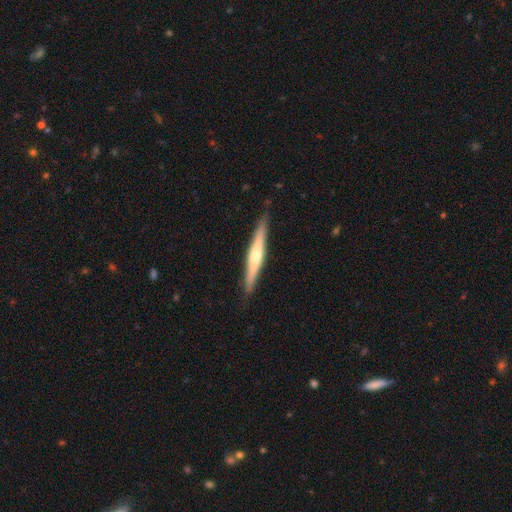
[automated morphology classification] smooth_or_featured: featured or disk (p=0.62) [alt: smooth p=0.33]
disk_edge_on: yes (p=0.97) [alt: no p=0.03]
edge_on_bulge: rounded (p=0.80) [alt: none p=0.14]
merging: none (p=0.89) [alt: minor disturbance p=0.09]